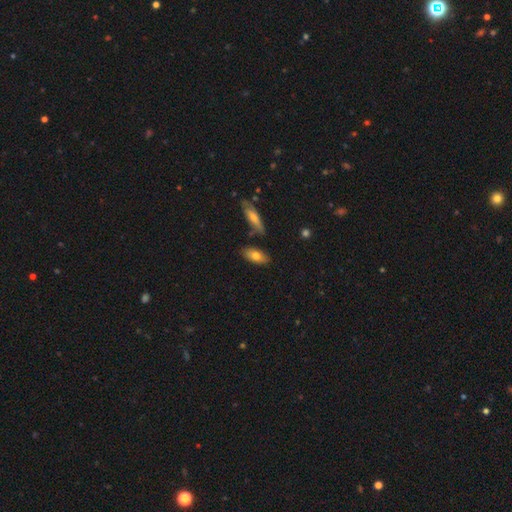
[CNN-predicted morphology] type=smooth (73%); roundness=in between (83%); merging=none (79%).